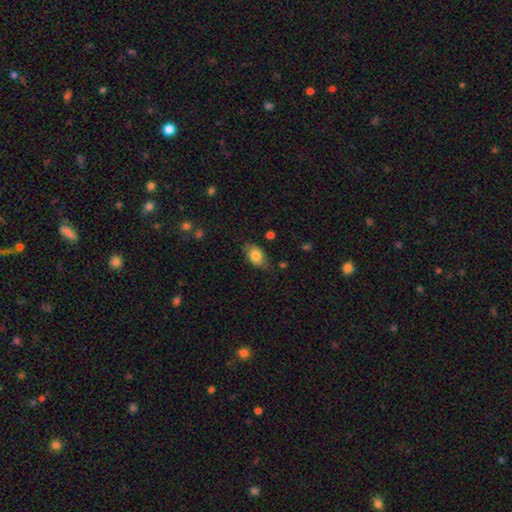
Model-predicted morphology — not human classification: smooth-or-featured: smooth: 78% | featured or disk: 15% | star or artifact: 7%
  how-rounded: in between: 89% | round: 9% | cigar-shaped: 2%
  merging: none: 73% | minor disturbance: 21% | major disturbance: 4% | merger: 2%